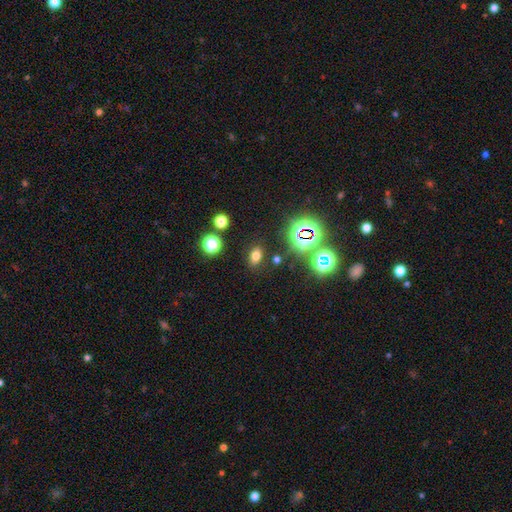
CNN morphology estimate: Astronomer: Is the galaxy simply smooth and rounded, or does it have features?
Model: smooth — 67%.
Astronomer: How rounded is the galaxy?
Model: in between — 79%.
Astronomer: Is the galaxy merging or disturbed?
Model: none — 85%.